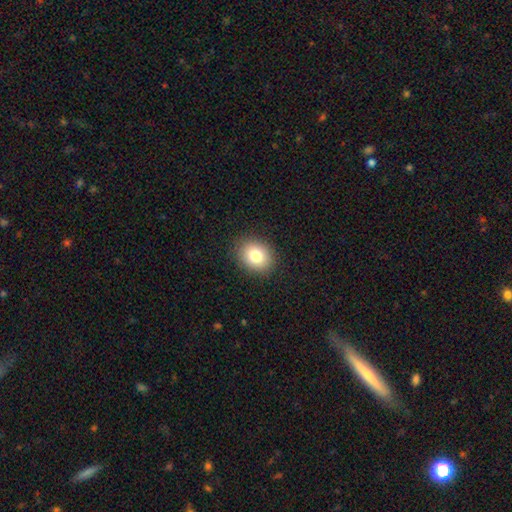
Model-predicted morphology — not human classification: This appears to be a smooth galaxy with no disk features (81%) that is round (51%). Merging: none (89%).